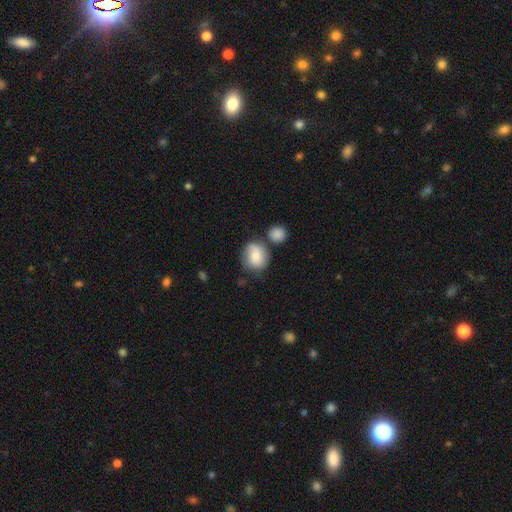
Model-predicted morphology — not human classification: This is likely a smooth galaxy (69%). How rounded: likely round (66%). Merging: possibly none (53%).